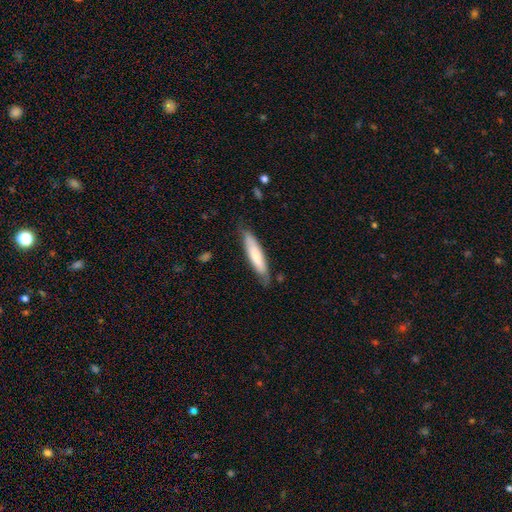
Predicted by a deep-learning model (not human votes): Smooth or featured?
  - smooth: 71% *
  - featured or disk: 23%
  - star or artifact: 5%
How rounded?
  - cigar-shaped: 78% *
  - in between: 21%
  - round: 1%
Merging?
  - none: 76% *
  - minor disturbance: 19%
  - major disturbance: 4%
  - merger: 1%